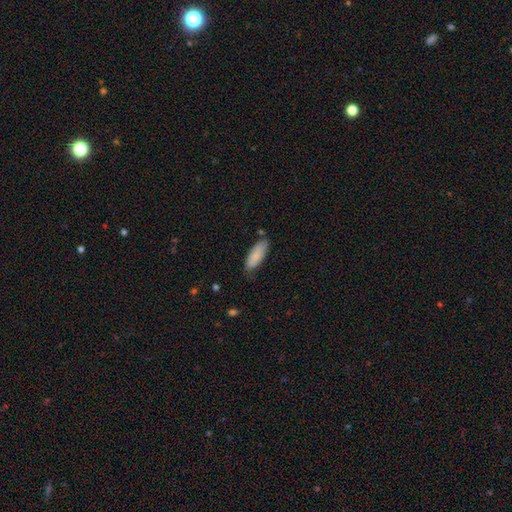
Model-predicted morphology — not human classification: A smooth galaxy with no disk features (84%) that is in between round and cigar-shaped (73%). Merging: none (71%).